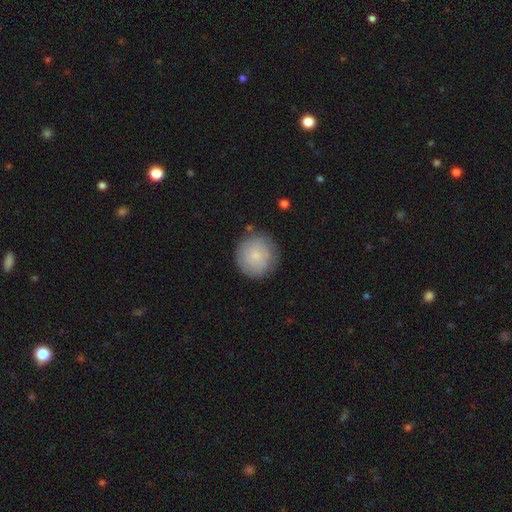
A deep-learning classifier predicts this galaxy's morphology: Smooth or featured? Predicted: smooth (p=0.78). How rounded? Predicted: round (p=0.94). Merging? Predicted: none (p=0.82).